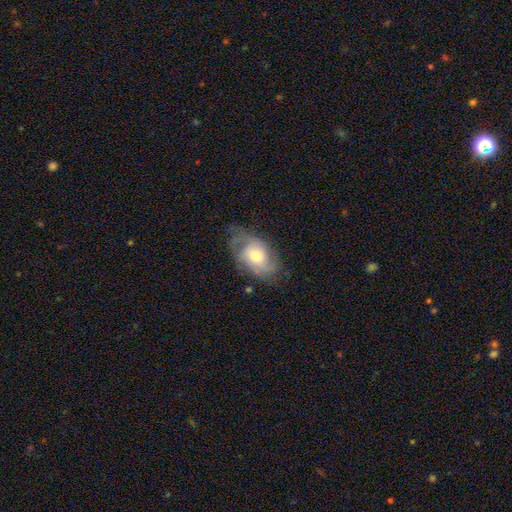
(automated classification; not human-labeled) A featured or disk galaxy (61%) with no bar (71%), spiral arms (85%) and a moderate central bulge (56%). Merging: none (59%).